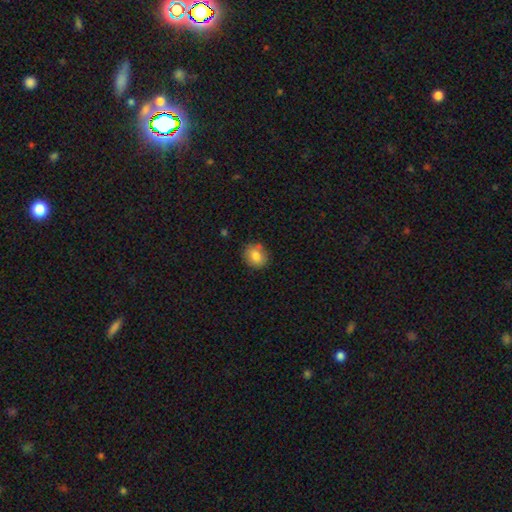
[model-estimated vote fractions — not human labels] Smooth or featured: smooth — 83% (star or artifact — 9%)
How rounded: round — 81% (in between — 18%)
Merging: none — 84% (minor disturbance — 12%)